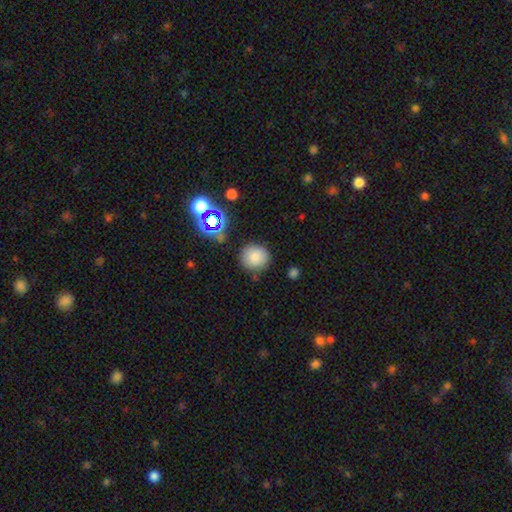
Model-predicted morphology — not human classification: A smooth galaxy with no disk features (81%) that is round (91%).

Vote fractions:
- Smooth or featured? smooth: 81% / star or artifact: 13% / featured or disk: 6%
- How rounded? round: 91% / in between: 8% / cigar-shaped: 1%
- Merging? none: 84% / minor disturbance: 10% / merger: 3% / major disturbance: 3%